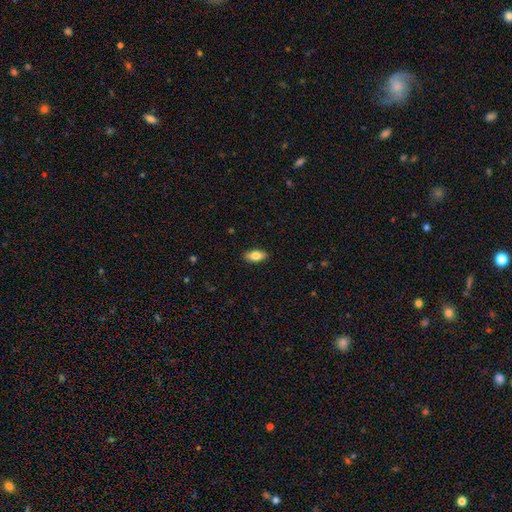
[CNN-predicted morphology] Smooth or featured?
  - smooth: 80% *
  - featured or disk: 14%
  - star or artifact: 7%
How rounded?
  - in between: 88% *
  - cigar-shaped: 9%
  - round: 3%
Merging?
  - none: 89% *
  - minor disturbance: 8%
  - major disturbance: 2%
  - merger: 1%